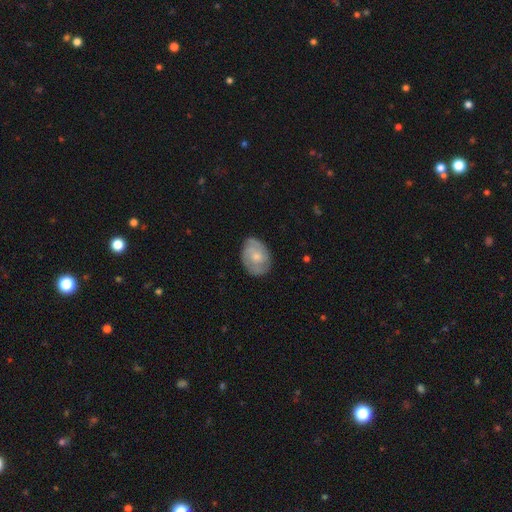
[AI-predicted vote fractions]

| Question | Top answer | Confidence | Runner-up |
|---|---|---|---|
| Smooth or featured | featured or disk | 56% | smooth (38%) |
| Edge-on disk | no | 97% | yes (3%) |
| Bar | no | 72% | weak (24%) |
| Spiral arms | yes | 82% | no (18%) |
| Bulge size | small | 53% | moderate (40%) |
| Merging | none | 73% | minor disturbance (21%) |